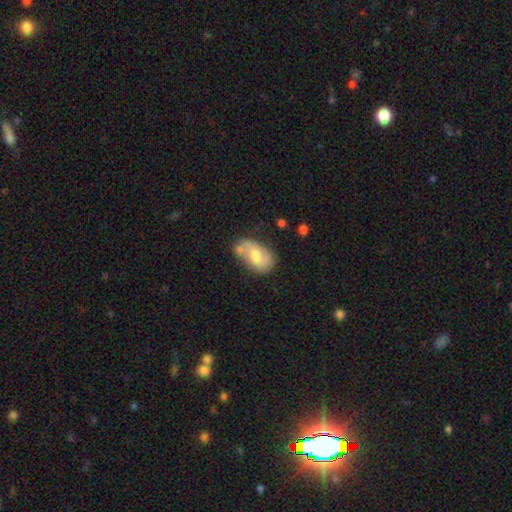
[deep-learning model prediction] Smooth or featured? Predicted: smooth (p=0.48). Merging? Predicted: none (p=0.53).